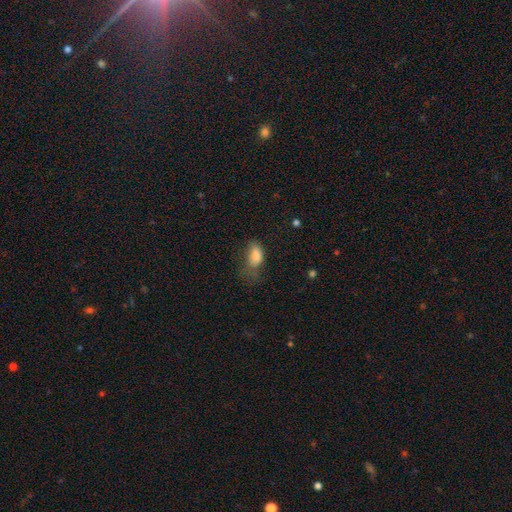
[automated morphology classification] smooth_or_featured: smooth (p=0.79) [alt: featured or disk p=0.11]
how_rounded: in between (p=0.89) [alt: round p=0.07]
merging: major disturbance (p=0.40) [alt: minor disturbance p=0.30]